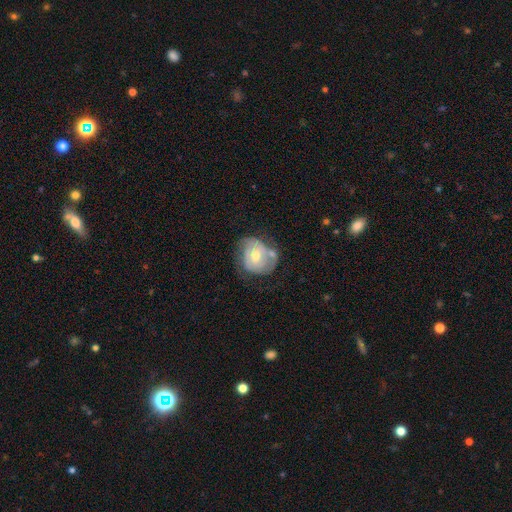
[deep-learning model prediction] This appears to be a featured or disk galaxy (60%) with no bar (61%), spiral arms (68%) and a moderate central bulge (67%). Merging: none (40%).